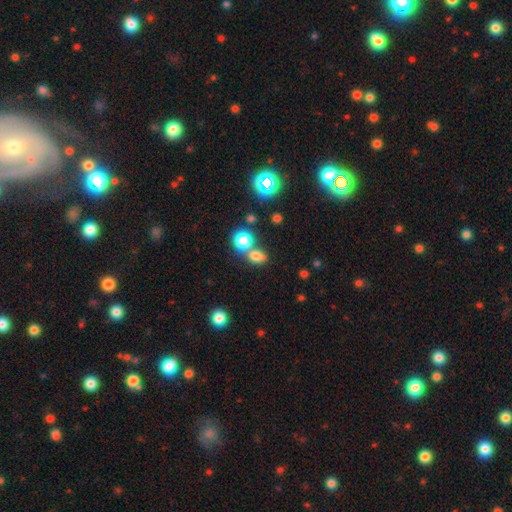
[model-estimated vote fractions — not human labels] Q: Smooth or featured?
A: smooth (70%); runner-up: star or artifact (21%)
Q: How rounded?
A: in between (53%); runner-up: round (45%)
Q: Merging?
A: none (47%); runner-up: merger (38%)